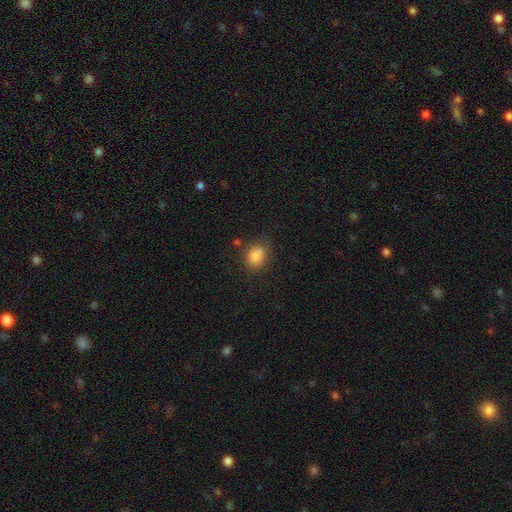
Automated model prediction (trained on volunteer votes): Q: Smooth or featured?
A: smooth (82%); runner-up: star or artifact (10%)
Q: How rounded?
A: in between (65%); runner-up: round (33%)
Q: Merging?
A: none (64%); runner-up: minor disturbance (21%)